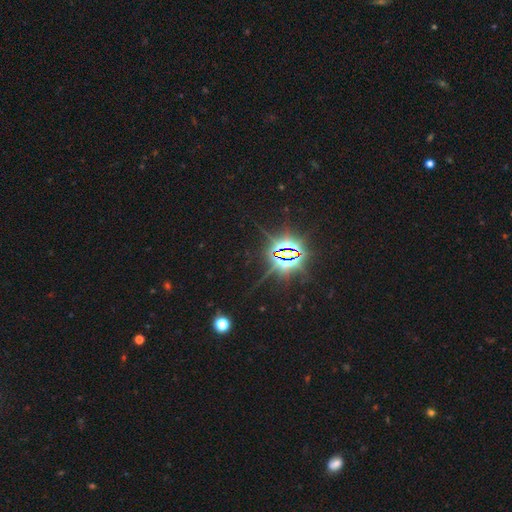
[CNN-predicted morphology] Q: Smooth or featured?
A: star or artifact (85%); runner-up: smooth (9%)